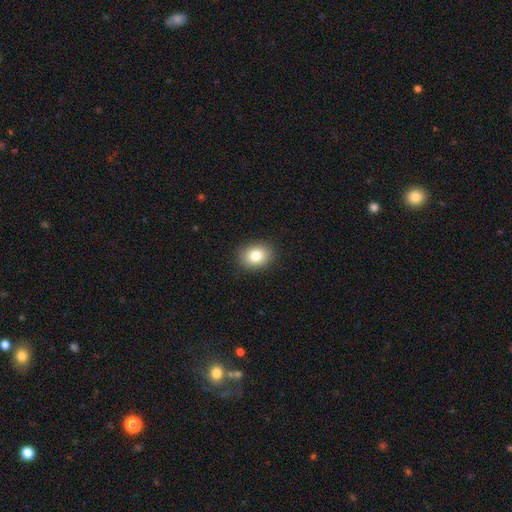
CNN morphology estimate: Smooth or featured?
  - smooth: 81% *
  - star or artifact: 10%
  - featured or disk: 9%
How rounded?
  - in between: 51% *
  - round: 48%
  - cigar-shaped: 1%
Merging?
  - none: 90% *
  - minor disturbance: 7%
  - major disturbance: 2%
  - merger: 1%